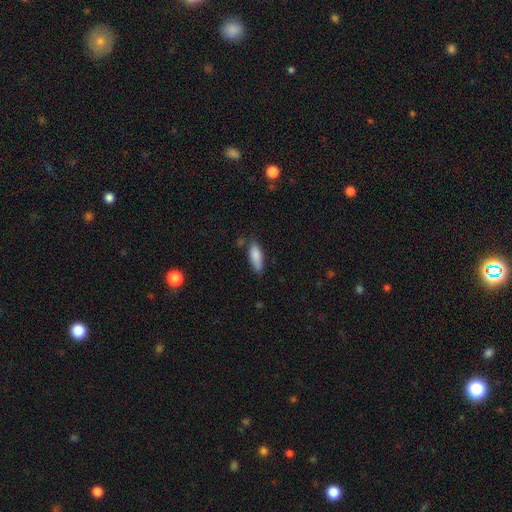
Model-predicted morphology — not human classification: Smooth or featured? Predicted: smooth (p=0.85). How rounded? Predicted: in between (p=0.64). Merging? Predicted: none (p=0.74).